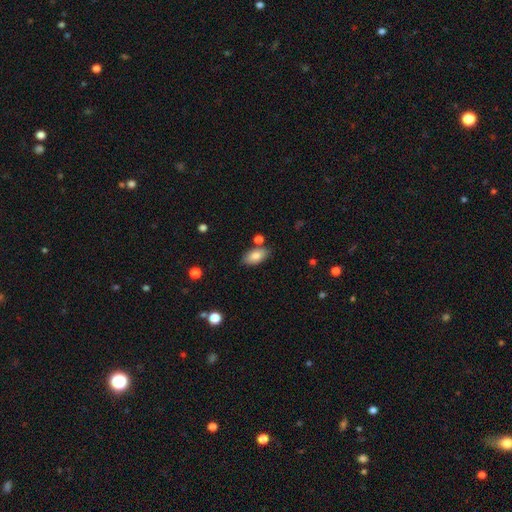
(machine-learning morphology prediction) The model was most divided on "merging": none: 77%, minor disturbance: 13%, merger: 7%, major disturbance: 3%. More confident: how rounded — in between (92%); smooth or featured — smooth (82%).